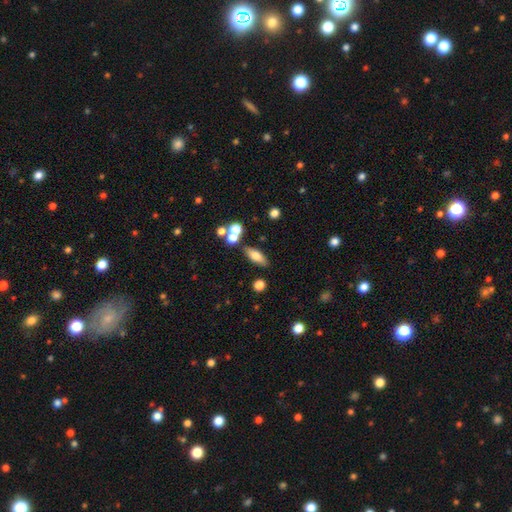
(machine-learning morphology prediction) Overall: smooth (69%). How rounded: in between (64%; cigar-shaped 31%). Merging: none (74%).